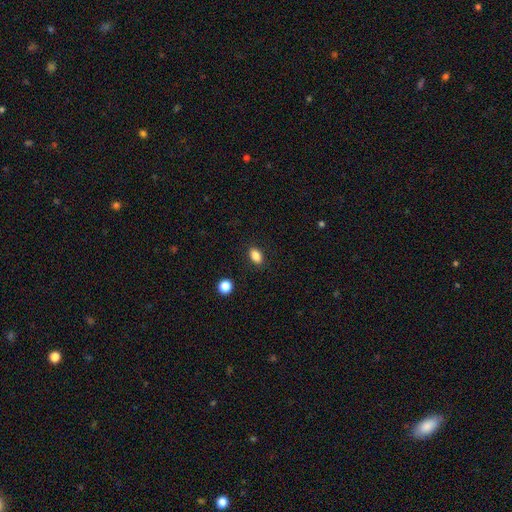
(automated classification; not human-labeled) Overall: smooth (85%). How rounded: in between (85%). Merging: none (88%).